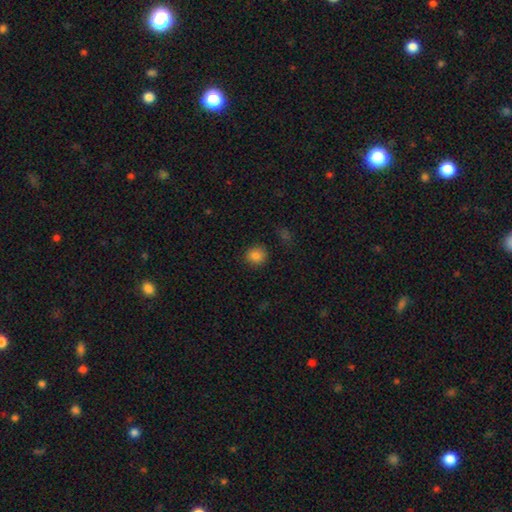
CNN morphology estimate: Smooth or featured: smooth — 84% (star or artifact — 12%)
How rounded: round — 86% (in between — 13%)
Merging: none — 88% (minor disturbance — 8%)